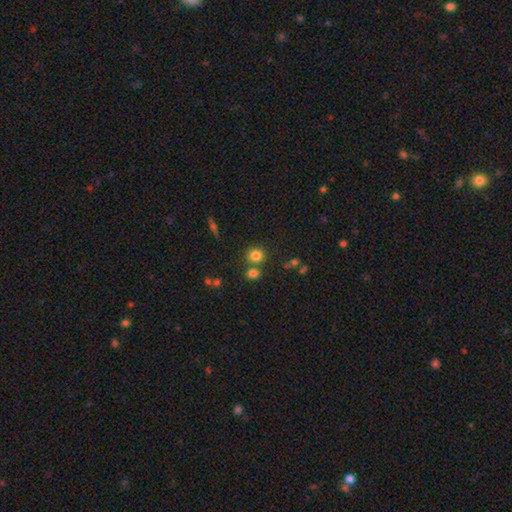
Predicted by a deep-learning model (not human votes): This appears to be a smooth galaxy with no disk features (80%) that is round (81%). Merging: none (68%).